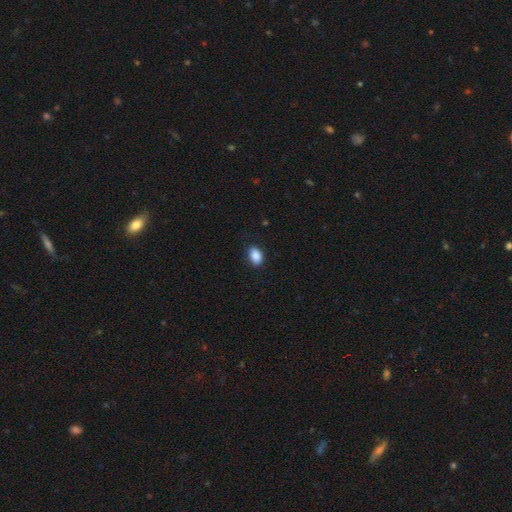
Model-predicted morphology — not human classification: A smooth galaxy with no disk features (88%) that is in between round and cigar-shaped (84%).

Vote fractions:
- Smooth or featured? smooth: 88% / star or artifact: 8% / featured or disk: 4%
- How rounded? in between: 84% / round: 14% / cigar-shaped: 1%
- Merging? none: 84% / minor disturbance: 13% / major disturbance: 3% / merger: 1%